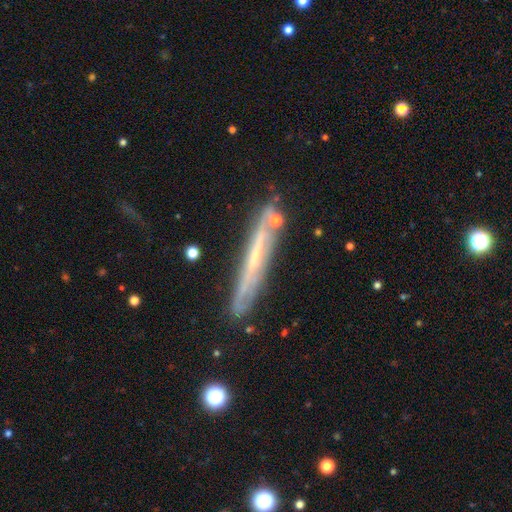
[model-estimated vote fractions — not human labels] smooth-or-featured: featured or disk: 68% | smooth: 24% | star or artifact: 8%
  disk-edge-on: yes: 83% | no: 17%
    edge-on-bulge: none: 73% | rounded: 19% | boxy: 8%
  merging: none: 73% | minor disturbance: 17% | merger: 5% | major disturbance: 5%